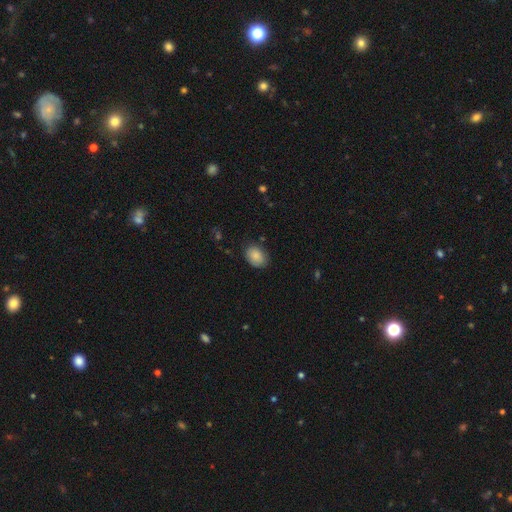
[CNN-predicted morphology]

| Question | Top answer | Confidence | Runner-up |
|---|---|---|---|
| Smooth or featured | smooth | 86% | star or artifact (7%) |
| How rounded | in between | 75% | round (24%) |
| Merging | none | 78% | minor disturbance (17%) |